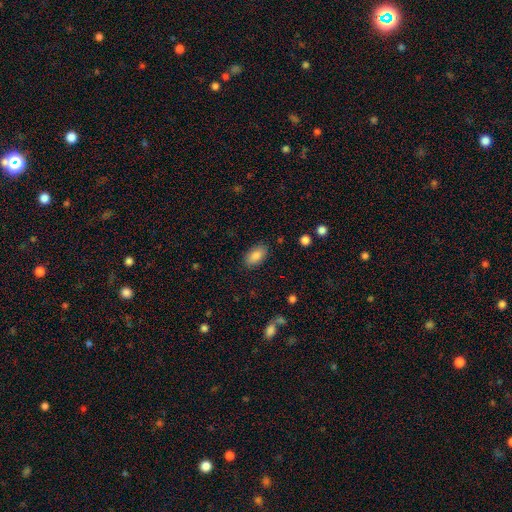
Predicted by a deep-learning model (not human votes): smooth_or_featured: smooth (p=0.86) [alt: star or artifact p=0.07]
how_rounded: in between (p=0.93) [alt: round p=0.04]
merging: none (p=0.86) [alt: minor disturbance p=0.10]